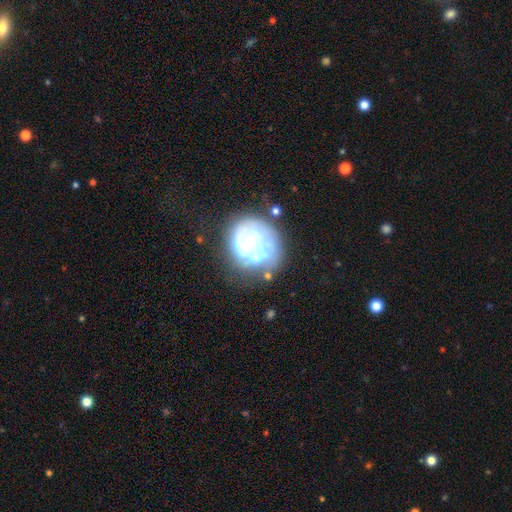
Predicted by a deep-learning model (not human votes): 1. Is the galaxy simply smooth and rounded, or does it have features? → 61% featured or disk, 26% smooth, 12% star or artifact.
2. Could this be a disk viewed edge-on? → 98% no, 2% yes.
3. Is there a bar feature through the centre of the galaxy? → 77% no, 16% weak, 8% strong.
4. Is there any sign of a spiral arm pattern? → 73% no, 27% yes.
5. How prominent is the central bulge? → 33% none, 29% moderate, 20% small, 12% large, 5% dominant.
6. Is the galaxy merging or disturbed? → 43% none, 23% major disturbance, 17% merger, 17% minor disturbance.